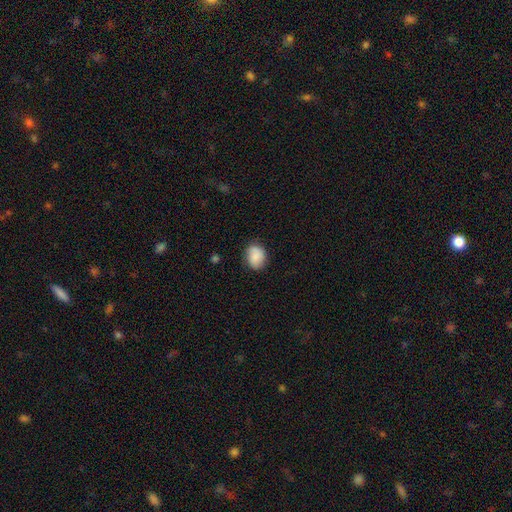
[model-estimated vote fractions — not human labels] Smooth or featured: smooth — 81% (featured or disk — 11%)
How rounded: in between — 52% (round — 47%)
Merging: none — 78% (minor disturbance — 17%)